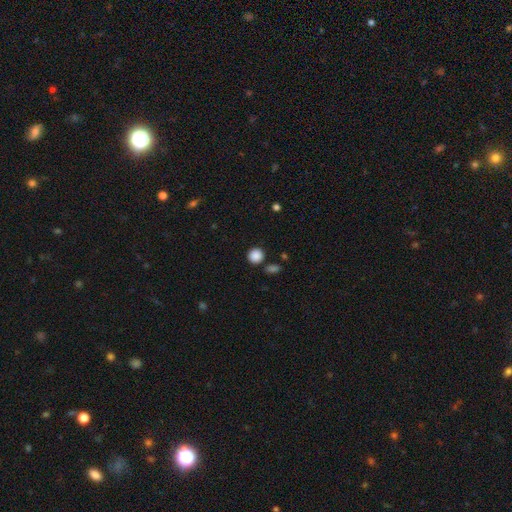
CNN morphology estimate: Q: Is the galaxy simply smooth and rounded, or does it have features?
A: smooth — 87%.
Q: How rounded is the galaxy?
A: round — 91%.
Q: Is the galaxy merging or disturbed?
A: none — 84%.